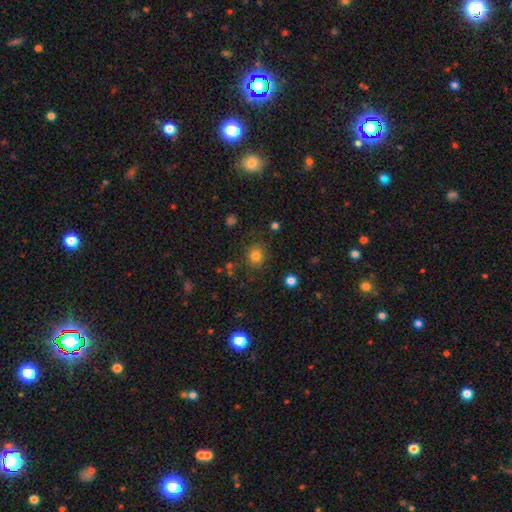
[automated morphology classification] The model was most divided on "how rounded": round: 81%, in between: 18%, cigar-shaped: 1%. More confident: merging — none (82%); smooth or featured — smooth (80%).